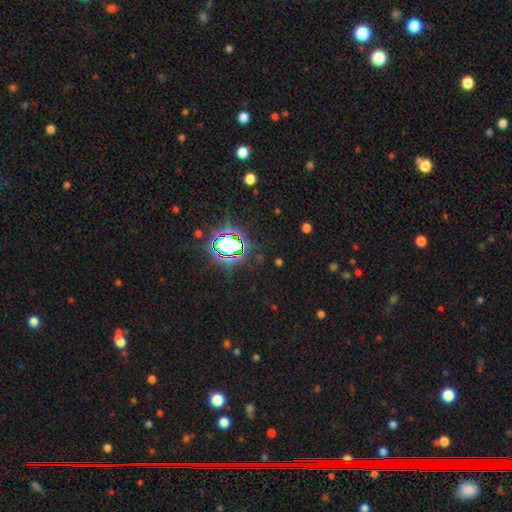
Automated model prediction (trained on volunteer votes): This is clearly a star or artifact rather than a galaxy (84%).